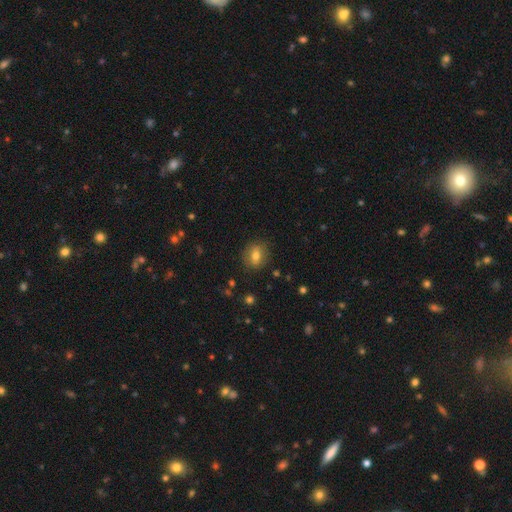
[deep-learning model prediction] A smooth galaxy with no disk features (72%) that is round (55%). Merging: none (83%).